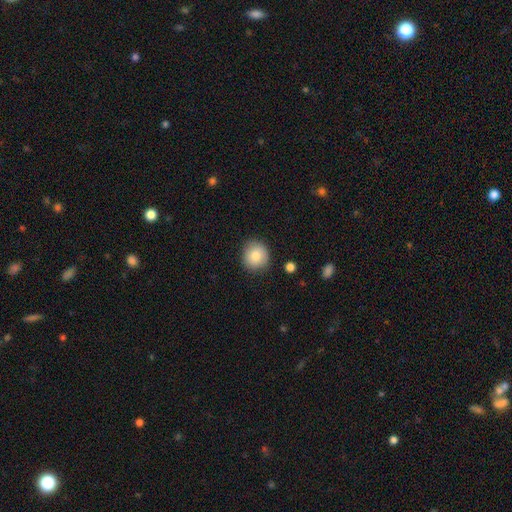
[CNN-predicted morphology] Smooth or featured? smooth (85%)
How rounded? round (86%)
Merging? none (85%)